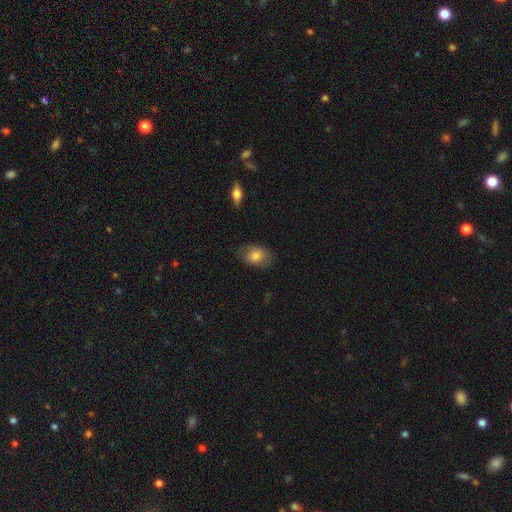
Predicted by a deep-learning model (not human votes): A smooth galaxy with no disk features (73%) that is in between round and cigar-shaped (82%).

Vote fractions:
- Smooth or featured? smooth: 73% / featured or disk: 20% / star or artifact: 7%
- How rounded? in between: 82% / round: 16% / cigar-shaped: 1%
- Merging? none: 76% / minor disturbance: 18% / major disturbance: 5% / merger: 1%